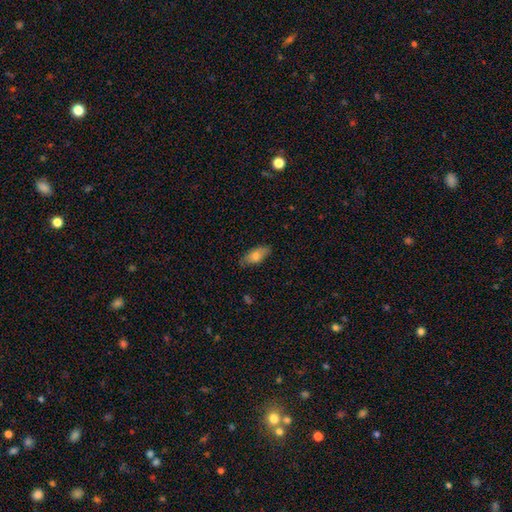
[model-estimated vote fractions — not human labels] smooth-or-featured: smooth: 74% | featured or disk: 19% | star or artifact: 7%
  how-rounded: in between: 83% | cigar-shaped: 14% | round: 3%
  merging: none: 79% | minor disturbance: 17% | major disturbance: 3% | merger: 1%